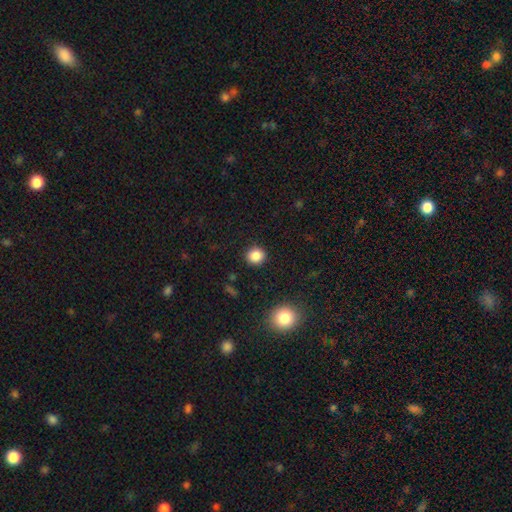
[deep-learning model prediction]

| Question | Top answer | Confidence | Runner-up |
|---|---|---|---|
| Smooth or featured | smooth | 86% | star or artifact (10%) |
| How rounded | round | 87% | in between (12%) |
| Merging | none | 90% | minor disturbance (6%) |